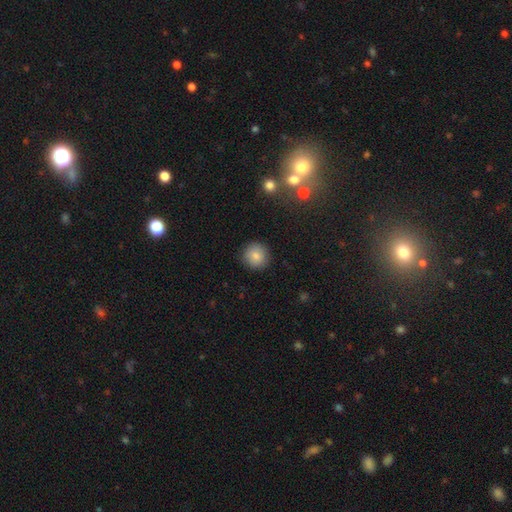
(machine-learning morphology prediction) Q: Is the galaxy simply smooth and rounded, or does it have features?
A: smooth — 83%.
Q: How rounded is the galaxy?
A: round — 93%.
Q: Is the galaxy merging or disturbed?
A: none — 90%.